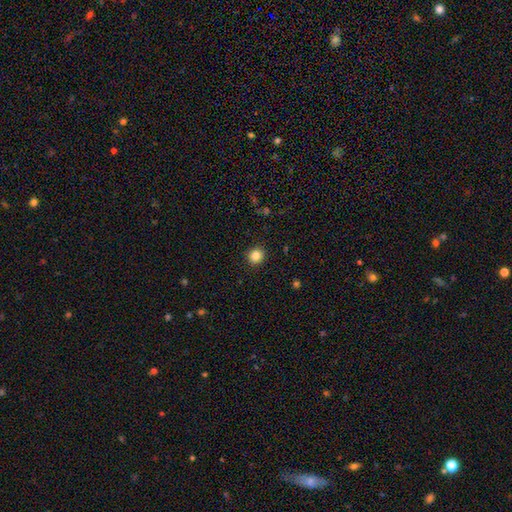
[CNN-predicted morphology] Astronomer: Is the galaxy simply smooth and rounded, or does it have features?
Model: smooth — 84%.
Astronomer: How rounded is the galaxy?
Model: round — 89%.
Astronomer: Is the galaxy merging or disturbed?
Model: none — 92%.